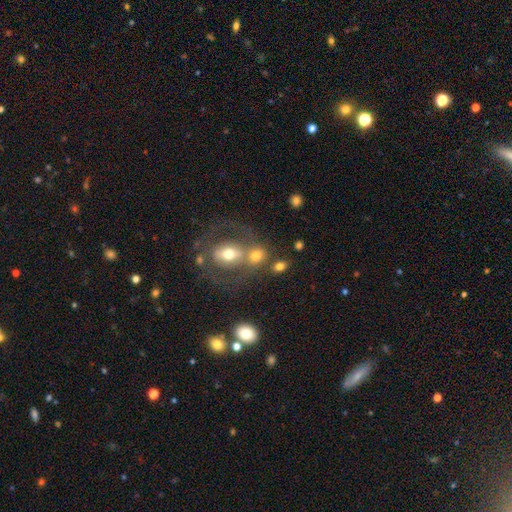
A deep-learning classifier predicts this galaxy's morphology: This is likely a smooth galaxy (63%). How rounded: possibly round (52%). Merging: marginally merger (43%).